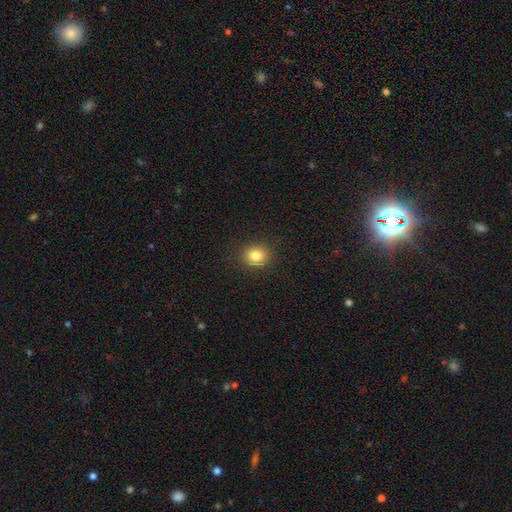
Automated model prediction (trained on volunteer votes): A smooth galaxy with no disk features (83%) that is round (74%).

Vote fractions:
- Smooth or featured? smooth: 83% / star or artifact: 11% / featured or disk: 6%
- How rounded? round: 74% / in between: 25% / cigar-shaped: 1%
- Merging? none: 90% / minor disturbance: 7% / major disturbance: 2% / merger: 1%